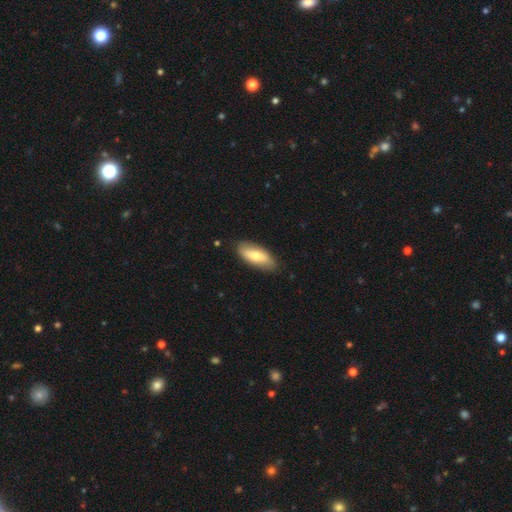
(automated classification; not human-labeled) Smooth or featured? smooth (64%)
How rounded? in between (78%)
Merging? none (83%)